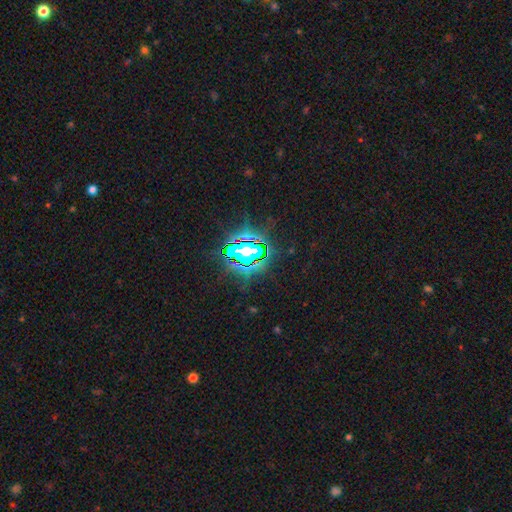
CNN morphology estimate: This appears to be a star or artifact, not a galaxy (75%).